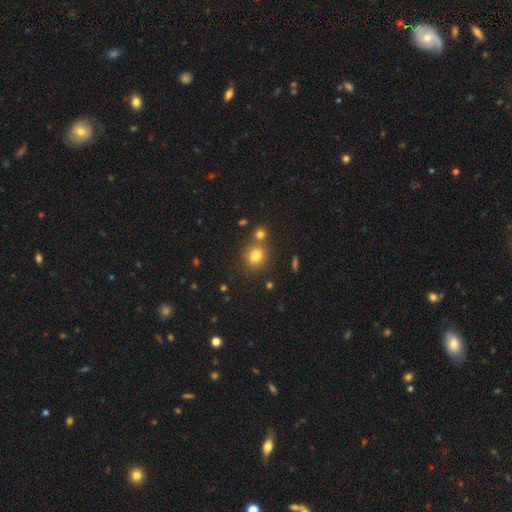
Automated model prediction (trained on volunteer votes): Smooth or featured? smooth (77%)
How rounded? round (81%)
Merging? none (70%)